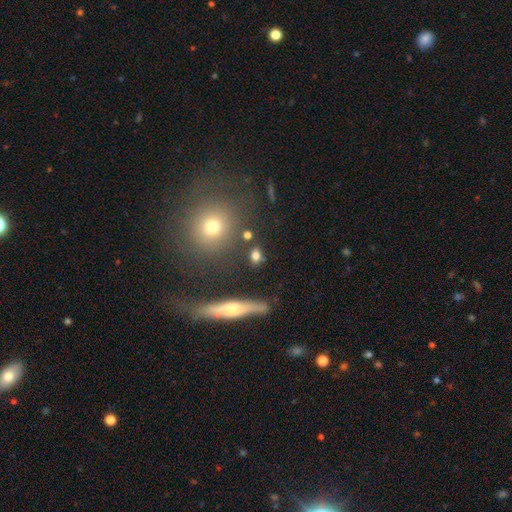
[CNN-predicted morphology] Overall: smooth (72%). How rounded: in between (45%, tied with round). Merging: none (78%).